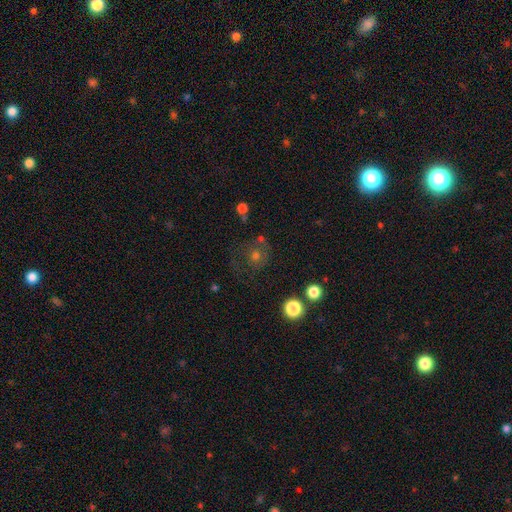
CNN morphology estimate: This appears to be a smooth galaxy with no disk features (56%) that is round (87%). Merging: none (65%).